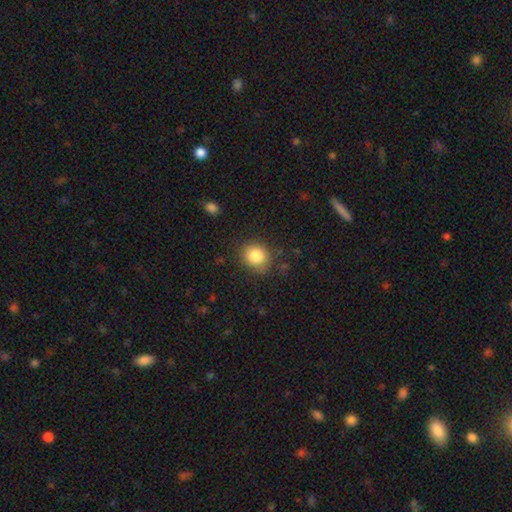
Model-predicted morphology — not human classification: A smooth galaxy with no disk features (83%) that is round (74%).

Vote fractions:
- Smooth or featured? smooth: 83% / star or artifact: 10% / featured or disk: 7%
- How rounded? round: 74% / in between: 26% / cigar-shaped: 1%
- Merging? none: 81% / minor disturbance: 14% / major disturbance: 4% / merger: 2%